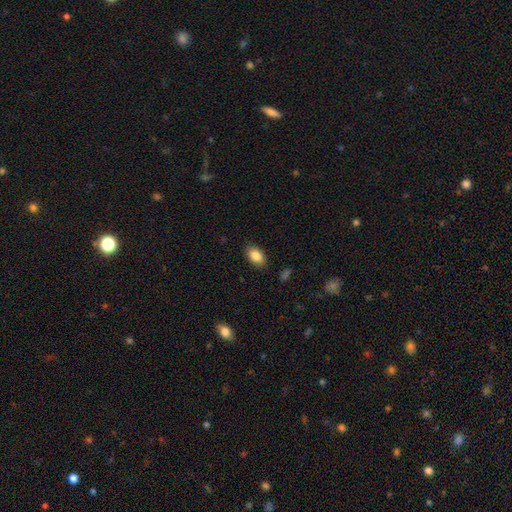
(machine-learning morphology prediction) Smooth or featured? Predicted: smooth (p=0.87). How rounded? Predicted: in between (p=0.89). Merging? Predicted: none (p=0.86).